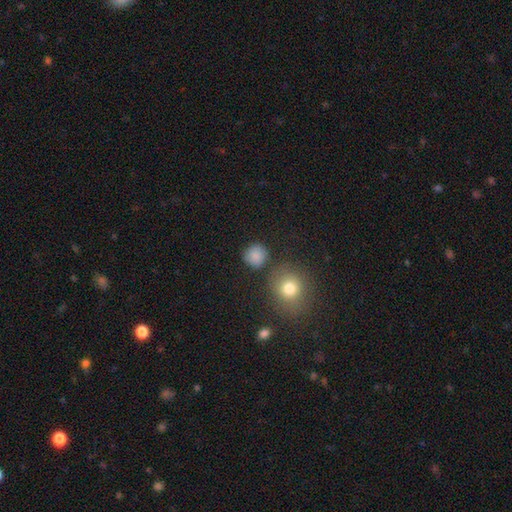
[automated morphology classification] Q: Smooth or featured?
A: smooth (83%); runner-up: star or artifact (11%)
Q: How rounded?
A: round (89%); runner-up: in between (10%)
Q: Merging?
A: none (78%); runner-up: minor disturbance (12%)